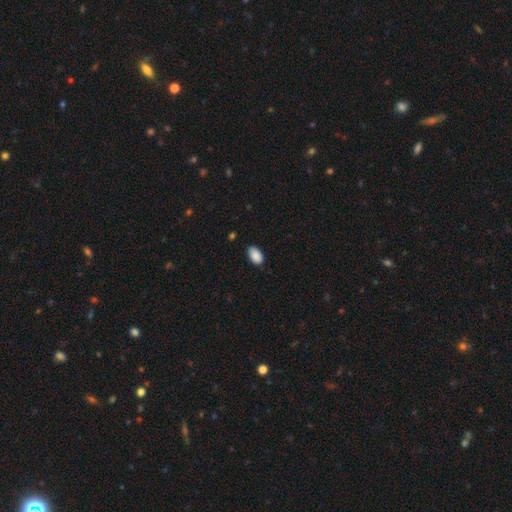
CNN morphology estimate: Q: Smooth or featured?
A: smooth (90%); runner-up: star or artifact (7%)
Q: How rounded?
A: in between (94%); runner-up: round (5%)
Q: Merging?
A: none (85%); runner-up: minor disturbance (12%)